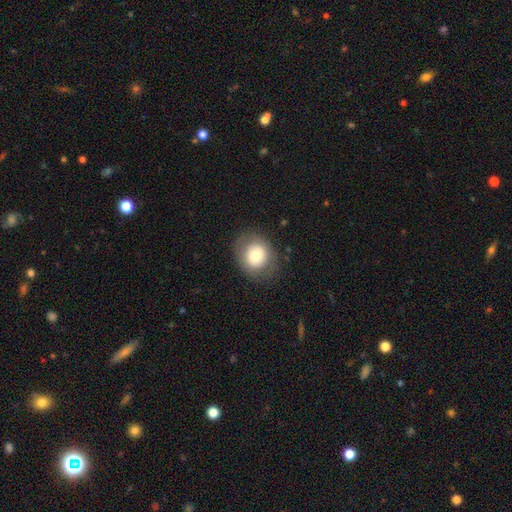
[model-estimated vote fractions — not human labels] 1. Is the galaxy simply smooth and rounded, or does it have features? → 71% smooth, 20% featured or disk, 9% star or artifact.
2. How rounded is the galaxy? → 70% round, 29% in between, 1% cigar-shaped.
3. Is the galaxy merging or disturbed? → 81% none, 12% minor disturbance, 6% major disturbance, 1% merger.